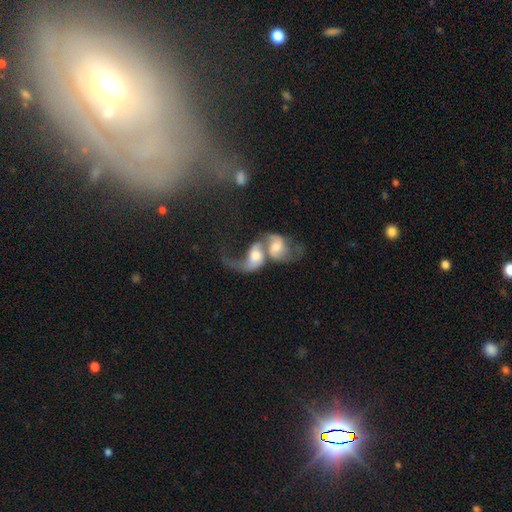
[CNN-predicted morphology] Smooth or featured? Predicted: featured or disk (p=0.62). Edge-on disk? Predicted: no (p=0.96). Bar? Predicted: no (p=0.59). Spiral arms? Predicted: yes (p=0.80). Bulge size? Predicted: moderate (p=0.48). Merging? Predicted: merger (p=0.80).